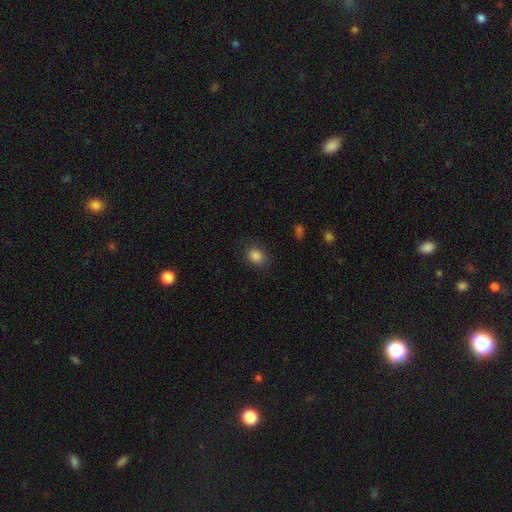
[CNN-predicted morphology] A smooth galaxy with no disk features (85%) that is in between round and cigar-shaped (52%).

Vote fractions:
- Smooth or featured? smooth: 85% / star or artifact: 11% / featured or disk: 4%
- How rounded? in between: 52% / round: 47% / cigar-shaped: 1%
- Merging? none: 85% / minor disturbance: 10% / major disturbance: 3% / merger: 1%